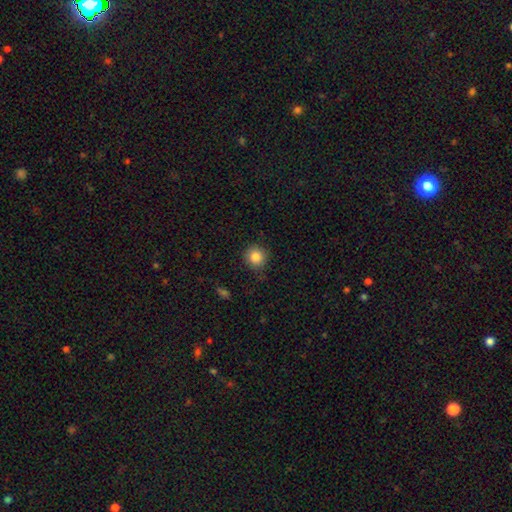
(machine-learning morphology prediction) Smooth or featured: smooth — 84% (star or artifact — 10%)
How rounded: round — 93% (in between — 6%)
Merging: none — 87% (minor disturbance — 10%)